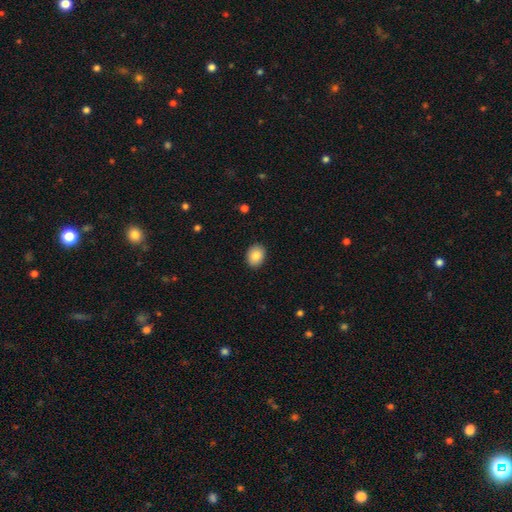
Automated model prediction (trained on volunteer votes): smooth-or-featured: smooth: 85% | star or artifact: 8% | featured or disk: 7%
  how-rounded: in between: 58% | round: 41% | cigar-shaped: 1%
  merging: none: 90% | minor disturbance: 7% | major disturbance: 2% | merger: 1%